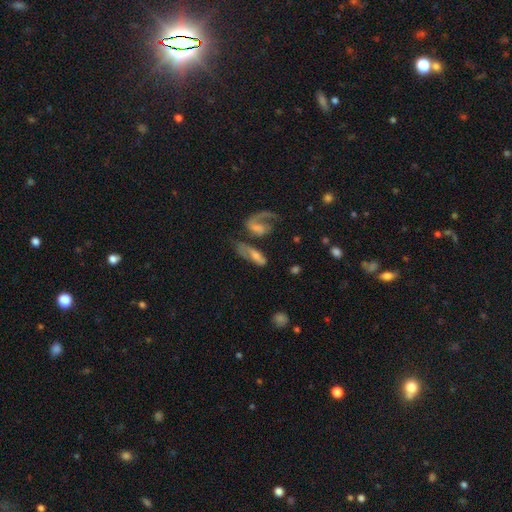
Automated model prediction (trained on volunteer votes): Smooth or featured? featured or disk (51%)
Edge-on disk? no (77%)
Merging? none (34%)